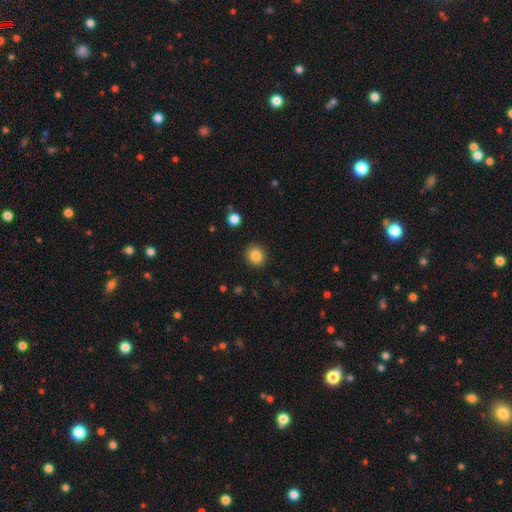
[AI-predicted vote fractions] Morphology: type=smooth (85%); roundness=round (84%); merging=none (90%).